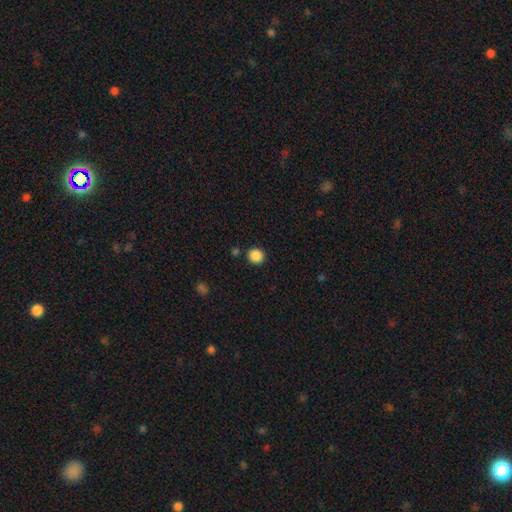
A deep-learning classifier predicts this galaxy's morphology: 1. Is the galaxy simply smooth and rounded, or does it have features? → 87% smooth, 10% star or artifact, 3% featured or disk.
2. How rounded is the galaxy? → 91% round, 8% in between, 1% cigar-shaped.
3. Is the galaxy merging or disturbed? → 88% none, 6% minor disturbance, 4% merger, 2% major disturbance.